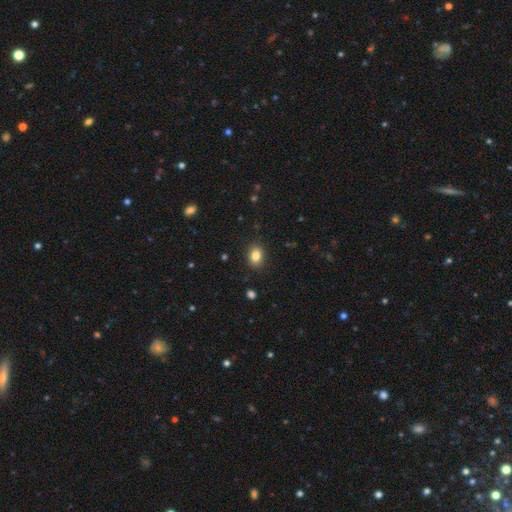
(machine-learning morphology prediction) smooth 83%, star or artifact 10%, featured or disk 7%. Down the decision tree: how rounded — in between (67%); merging — none (88%).